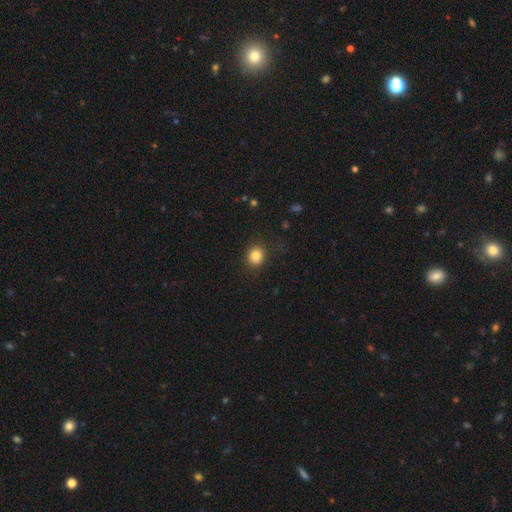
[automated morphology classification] This appears to be a smooth galaxy with no disk features (84%) that is round (80%). Merging: none (84%).